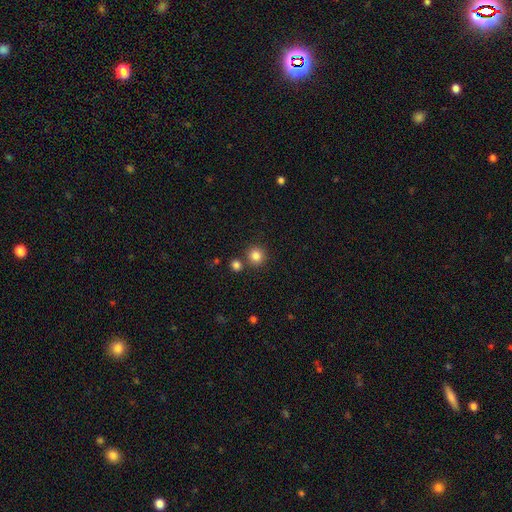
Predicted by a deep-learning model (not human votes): smooth-or-featured: smooth: 84% | star or artifact: 12% | featured or disk: 5%
  how-rounded: round: 92% | in between: 7% | cigar-shaped: 1%
  merging: none: 79% | merger: 11% | minor disturbance: 7% | major disturbance: 2%